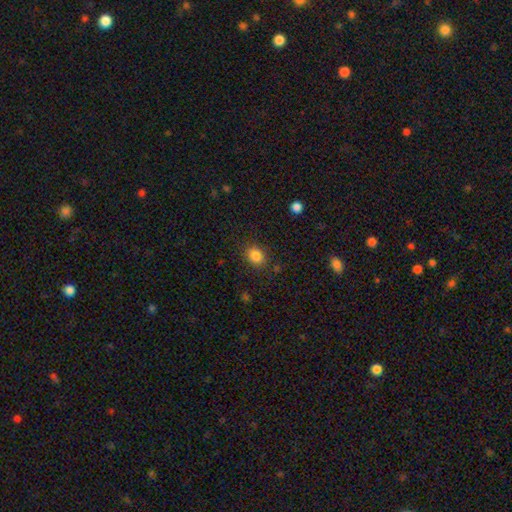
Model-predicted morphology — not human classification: Smooth or featured?
  - smooth: 85% *
  - star or artifact: 11%
  - featured or disk: 4%
How rounded?
  - round: 59% *
  - in between: 40%
  - cigar-shaped: 1%
Merging?
  - none: 84% *
  - minor disturbance: 11%
  - major disturbance: 4%
  - merger: 2%